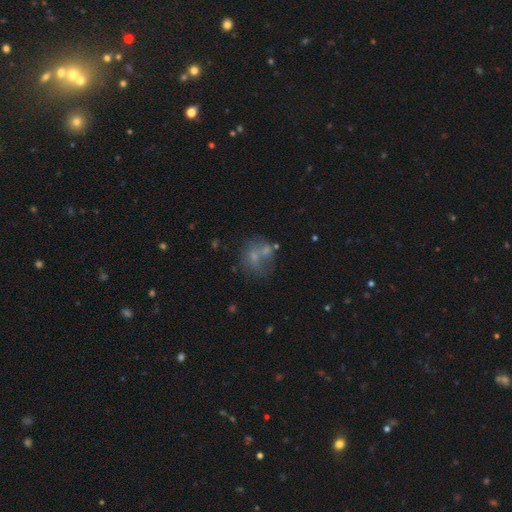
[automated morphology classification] Q: Smooth or featured?
A: smooth (49%); runner-up: featured or disk (35%)
Q: Merging?
A: none (39%); runner-up: merger (28%)